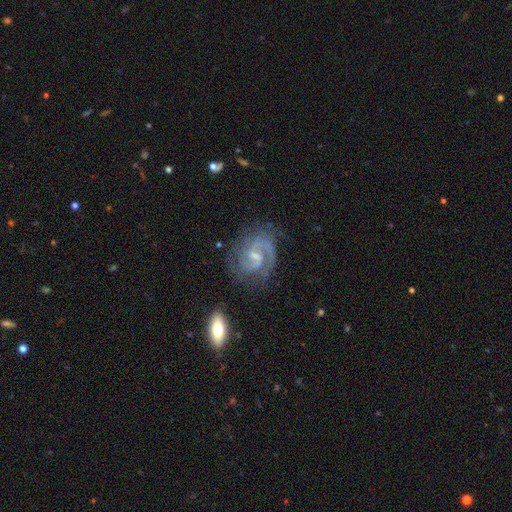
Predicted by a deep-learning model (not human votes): Smooth or featured? featured or disk (91%)
Edge-on disk? no (98%)
Bar? weak (56%)
Spiral arms? yes (98%)
Spiral winding? medium (55%)
Spiral arm count? 2 (84%)
Bulge size? small (60%)
Merging? none (72%)